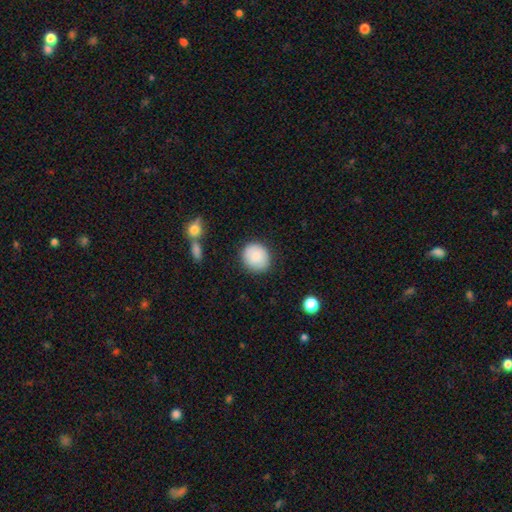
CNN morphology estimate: smooth 87%, star or artifact 7%, featured or disk 6%. Down the decision tree: how rounded — round (76%); merging — none (85%).